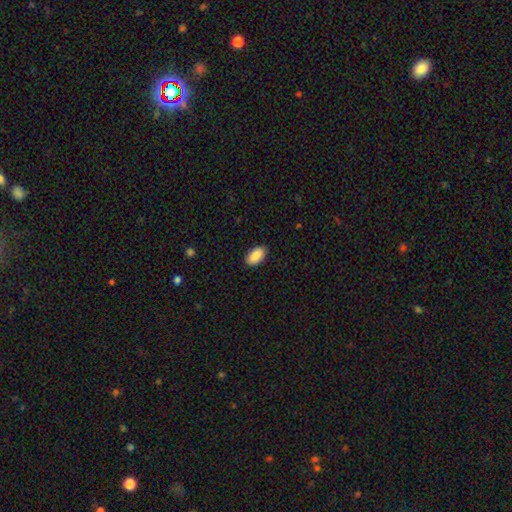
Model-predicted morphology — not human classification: A smooth galaxy with no disk features (89%) that is in between round and cigar-shaped (94%).

Vote fractions:
- Smooth or featured? smooth: 89% / star or artifact: 6% / featured or disk: 4%
- How rounded? in between: 94% / round: 4% / cigar-shaped: 2%
- Merging? none: 88% / minor disturbance: 9% / major disturbance: 2% / merger: 1%